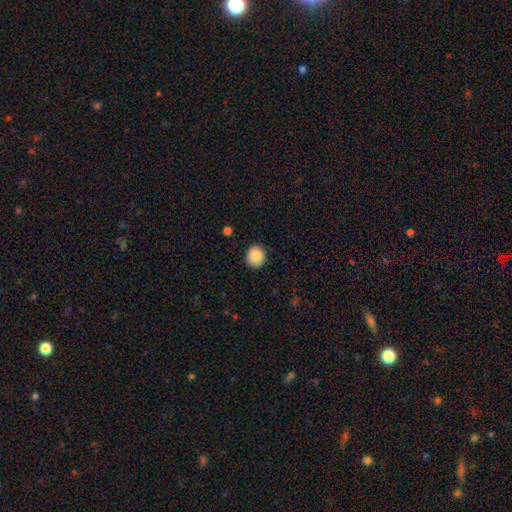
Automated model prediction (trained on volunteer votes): This is clearly a smooth galaxy (86%). How rounded: clearly round (84%). Merging: clearly none (88%).